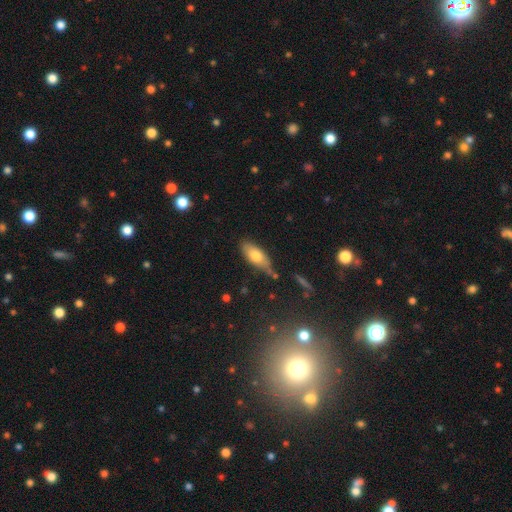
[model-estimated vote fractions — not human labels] Overall: smooth (72%). How rounded: in between (78%). Merging: none (68%).